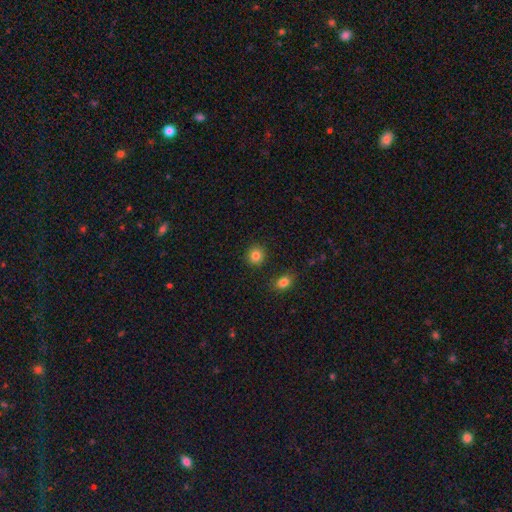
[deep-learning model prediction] Morphology: type=smooth (84%); roundness=round (89%); merging=none (89%).